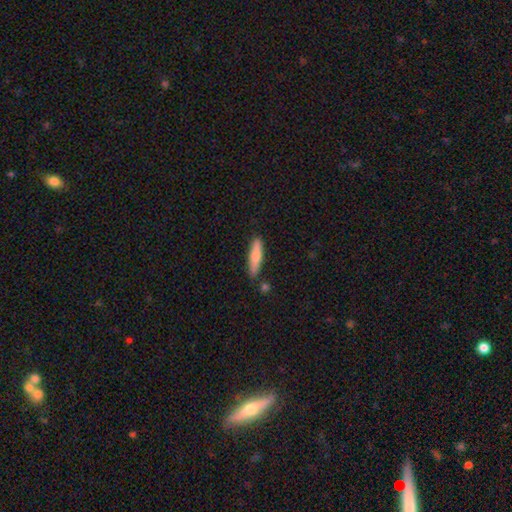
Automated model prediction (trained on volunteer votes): This is likely a smooth galaxy (74%). How rounded: likely cigar-shaped (80%). Merging: clearly none (81%).